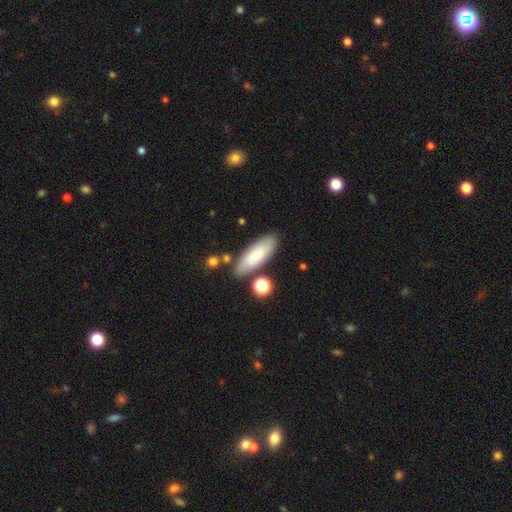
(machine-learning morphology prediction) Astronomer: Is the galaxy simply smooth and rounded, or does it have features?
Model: smooth — 70%.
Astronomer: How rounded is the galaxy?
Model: in between — 64%.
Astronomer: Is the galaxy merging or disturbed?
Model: none — 77%.